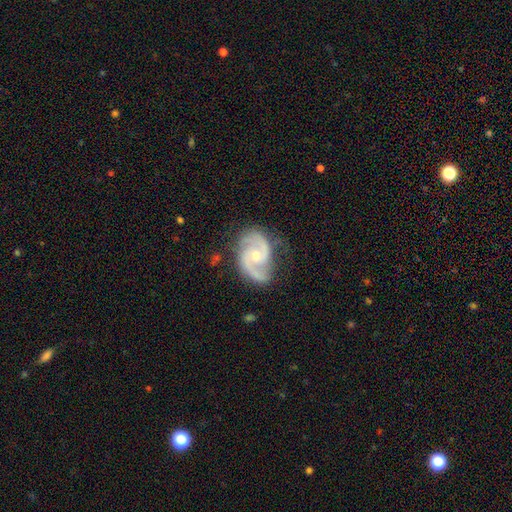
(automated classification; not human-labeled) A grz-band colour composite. It shows a featured or disk galaxy (90%) with no bar (61%), 2 (90%) medium (56%) spiral arms (97%) and a moderate central bulge (50%). Merging: none (74%).